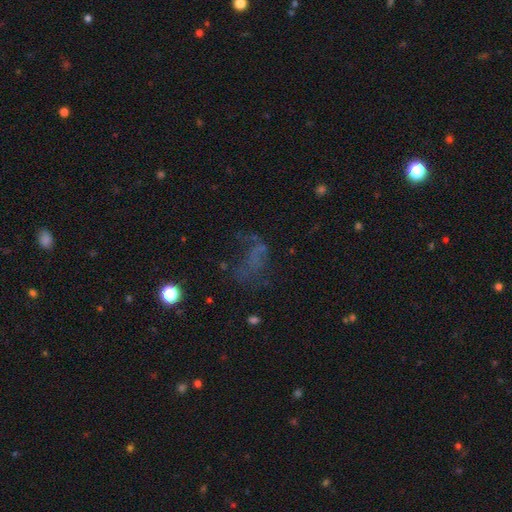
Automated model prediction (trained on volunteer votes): Overall: featured or disk (36%; star or artifact 32%). Merging: major disturbance (40%; none 38%).